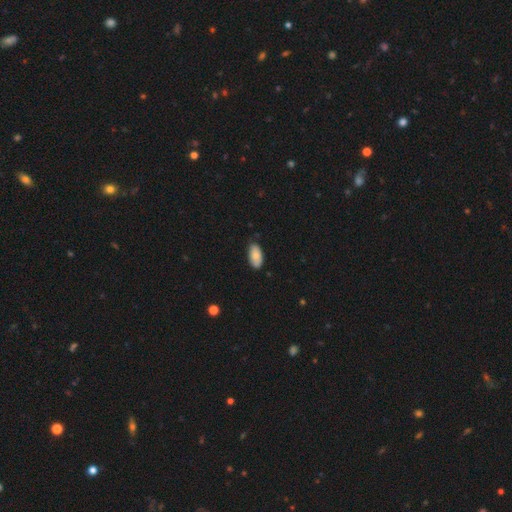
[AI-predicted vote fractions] A smooth galaxy with no disk features (77%) that is in between round and cigar-shaped (94%). Merging: none (80%).